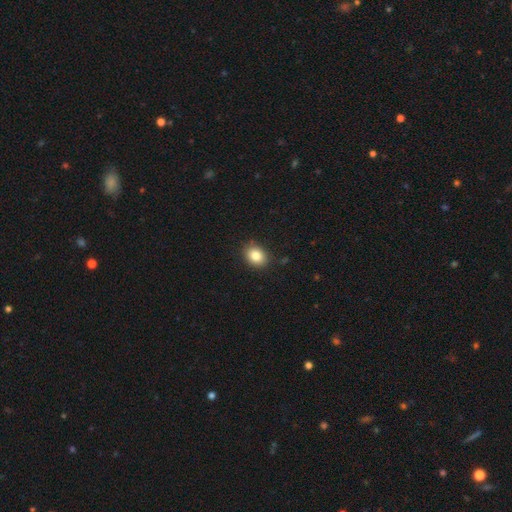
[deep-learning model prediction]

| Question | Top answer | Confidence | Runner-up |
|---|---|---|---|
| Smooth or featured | smooth | 85% | star or artifact (9%) |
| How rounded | in between | 59% | round (40%) |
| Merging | none | 87% | minor disturbance (10%) |